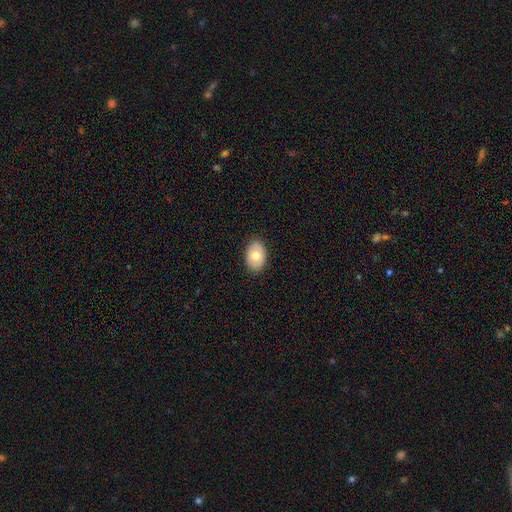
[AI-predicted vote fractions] Smooth or featured?
  - smooth: 72% *
  - featured or disk: 21%
  - star or artifact: 7%
How rounded?
  - in between: 83% *
  - round: 16%
  - cigar-shaped: 1%
Merging?
  - none: 88% *
  - minor disturbance: 9%
  - major disturbance: 2%
  - merger: 1%